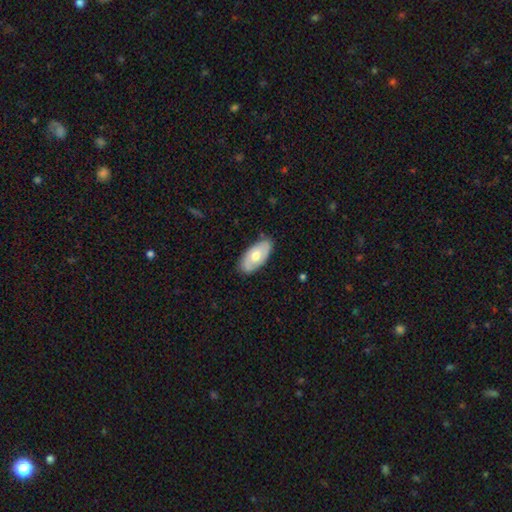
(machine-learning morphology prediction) smooth_or_featured: smooth (p=0.58) [alt: featured or disk p=0.37]
how_rounded: in between (p=0.93) [alt: cigar-shaped p=0.04]
merging: none (p=0.80) [alt: minor disturbance p=0.16]